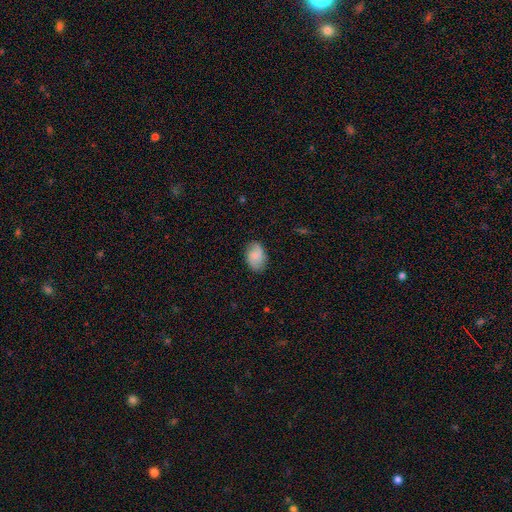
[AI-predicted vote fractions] This appears to be a smooth galaxy with no disk features (67%) that is in between round and cigar-shaped (86%). Merging: none (79%).